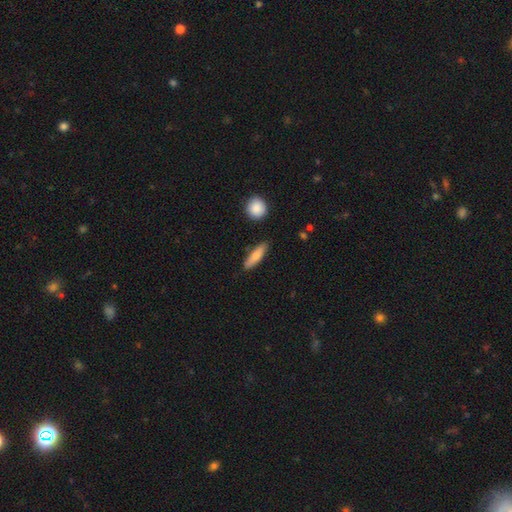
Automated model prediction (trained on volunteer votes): Smooth or featured: smooth — 77% (featured or disk — 17%)
How rounded: cigar-shaped — 66% (in between — 31%)
Merging: none — 83% (minor disturbance — 11%)